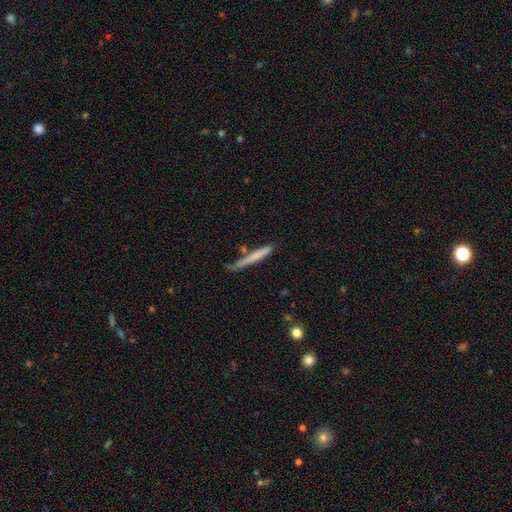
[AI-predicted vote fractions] Smooth or featured?
  - smooth: 64% *
  - featured or disk: 29%
  - star or artifact: 6%
How rounded?
  - cigar-shaped: 96% *
  - in between: 3%
  - round: 1%
Merging?
  - none: 66% *
  - minor disturbance: 21%
  - merger: 7%
  - major disturbance: 6%